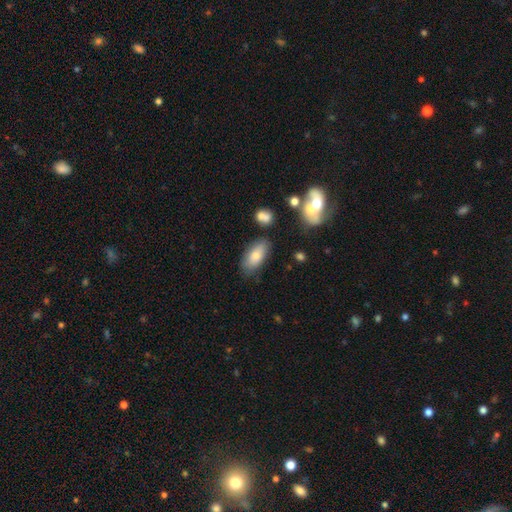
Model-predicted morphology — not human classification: Q: Smooth or featured?
A: smooth (77%); runner-up: featured or disk (15%)
Q: How rounded?
A: in between (87%); runner-up: cigar-shaped (9%)
Q: Merging?
A: none (75%); runner-up: minor disturbance (16%)